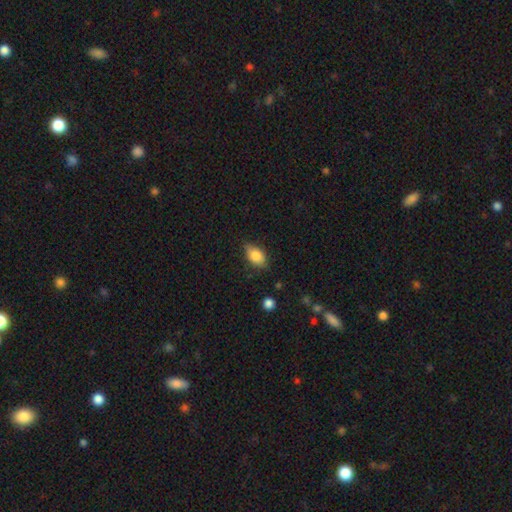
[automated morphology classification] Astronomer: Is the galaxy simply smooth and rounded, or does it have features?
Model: smooth — 82%.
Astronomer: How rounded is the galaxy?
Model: in between — 88%.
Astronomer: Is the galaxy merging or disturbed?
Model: none — 75%.